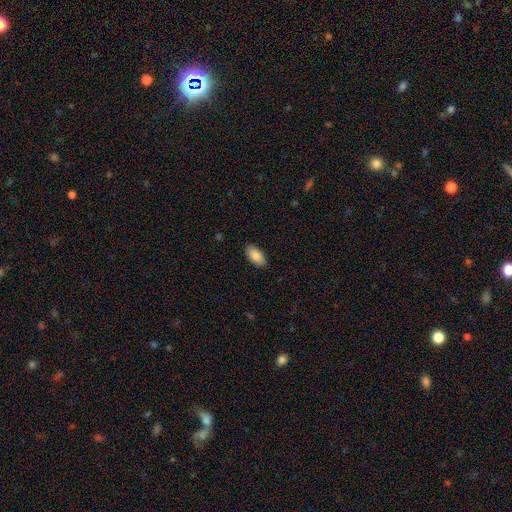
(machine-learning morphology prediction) This appears to be a smooth galaxy with no disk features (88%) that is in between round and cigar-shaped (95%). Merging: none (88%).